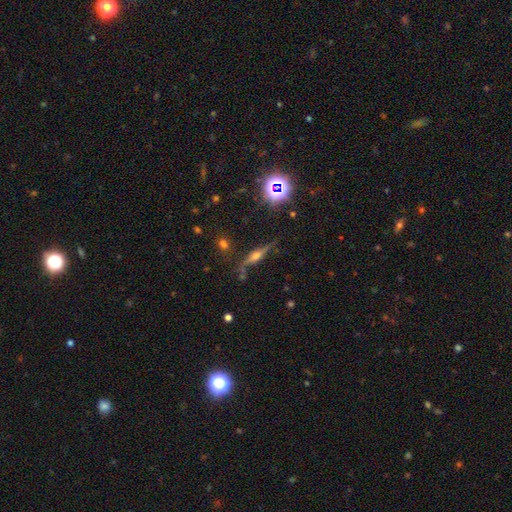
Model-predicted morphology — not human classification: A featured or disk galaxy (65%) viewed edge-on (92%) with a rounded central bulge (87%).

Vote fractions:
- Smooth or featured? featured or disk: 65% / smooth: 20% / star or artifact: 15%
- Edge-on disk? yes: 92% / no: 8%
- Edge-on bulge? rounded: 87% / boxy: 9% / none: 4%
- Merging? none: 75% / minor disturbance: 16% / major disturbance: 5% / merger: 4%